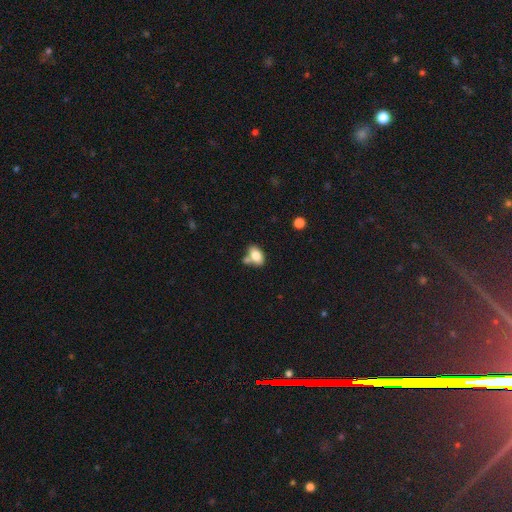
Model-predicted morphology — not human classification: A smooth galaxy with no disk features (80%) that is in between round and cigar-shaped (89%). Merging: none (51%).